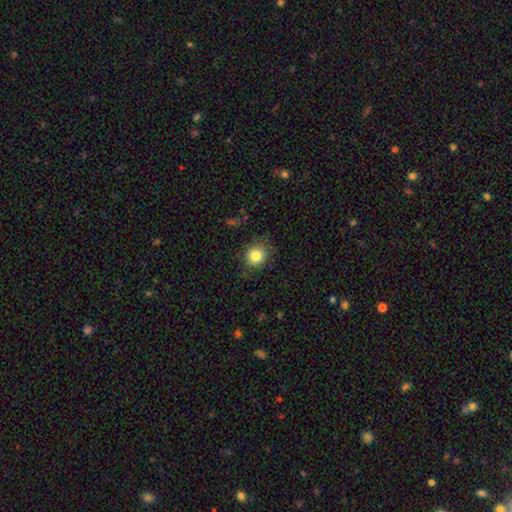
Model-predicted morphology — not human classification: A smooth galaxy with no disk features (83%) that is round (86%).

Vote fractions:
- Smooth or featured? smooth: 83% / star or artifact: 11% / featured or disk: 7%
- How rounded? round: 86% / in between: 13% / cigar-shaped: 1%
- Merging? none: 82% / minor disturbance: 13% / major disturbance: 4% / merger: 1%